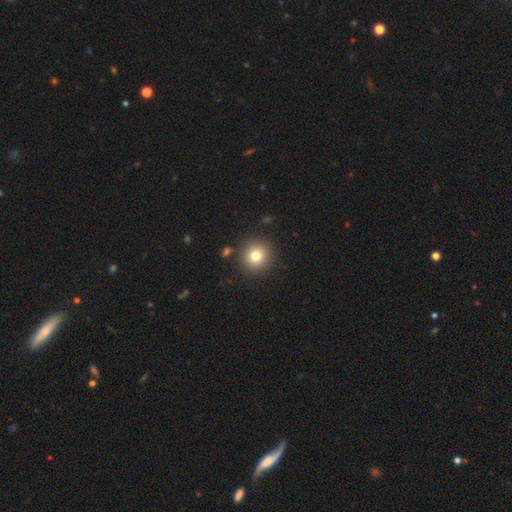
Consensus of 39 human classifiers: Volunteers were most divided on "smooth or featured": smooth: 85%, star or artifact: 10%, featured or disk: 5%. More confident: merging — none (94%); how rounded — round (94%).